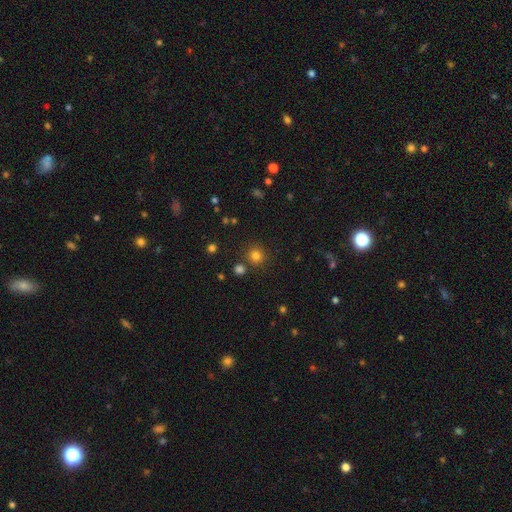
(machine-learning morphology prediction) Smooth or featured? smooth (79%)
How rounded? round (93%)
Merging? none (84%)